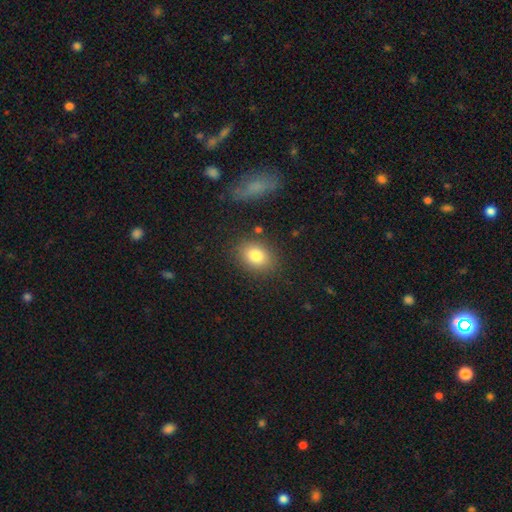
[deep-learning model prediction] This is clearly a smooth galaxy (82%). How rounded: likely in between (64%). Merging: clearly none (83%).